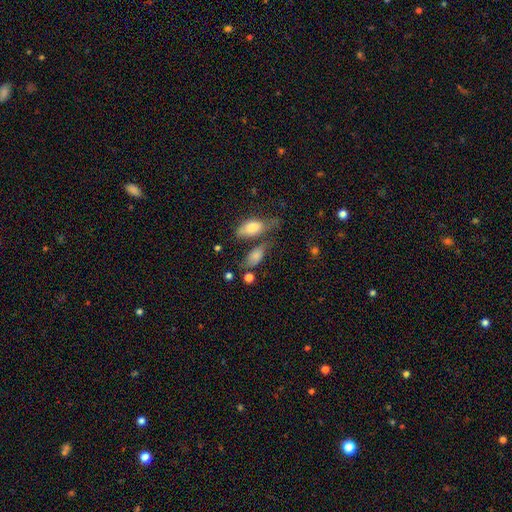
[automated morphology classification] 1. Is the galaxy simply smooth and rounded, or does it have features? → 74% smooth, 15% featured or disk, 10% star or artifact.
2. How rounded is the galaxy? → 82% in between, 10% cigar-shaped, 8% round.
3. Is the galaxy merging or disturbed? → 44% none, 23% merger, 21% minor disturbance, 11% major disturbance.